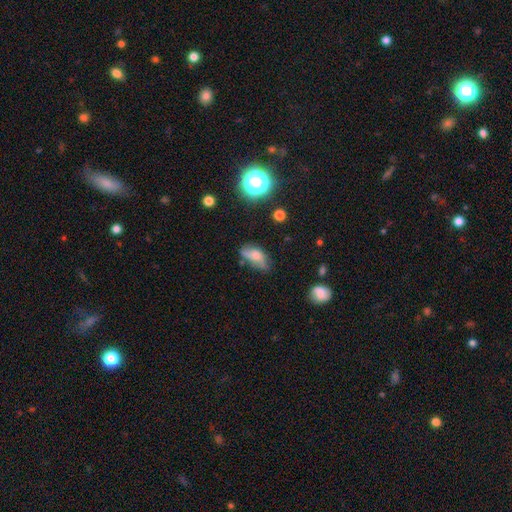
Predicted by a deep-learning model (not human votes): A smooth galaxy with no disk features (61%) that is in between round and cigar-shaped (86%).

Vote fractions:
- Smooth or featured? smooth: 61% / featured or disk: 27% / star or artifact: 12%
- How rounded? in between: 86% / cigar-shaped: 9% / round: 5%
- Merging? none: 45% / minor disturbance: 35% / major disturbance: 15% / merger: 5%